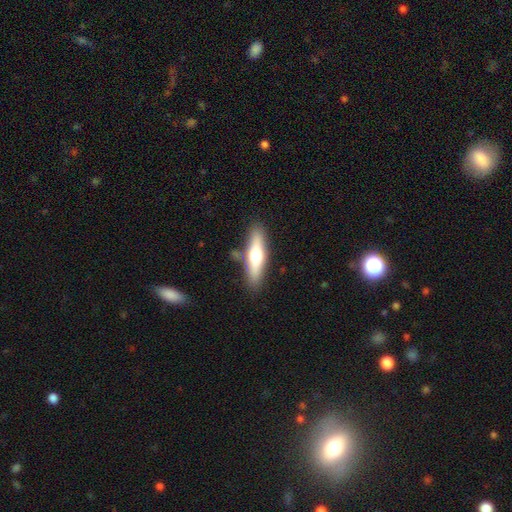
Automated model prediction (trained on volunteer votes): smooth_or_featured: smooth (p=0.54) [alt: featured or disk p=0.40]
how_rounded: cigar-shaped (p=0.70) [alt: in between p=0.28]
merging: none (p=0.81) [alt: minor disturbance p=0.12]